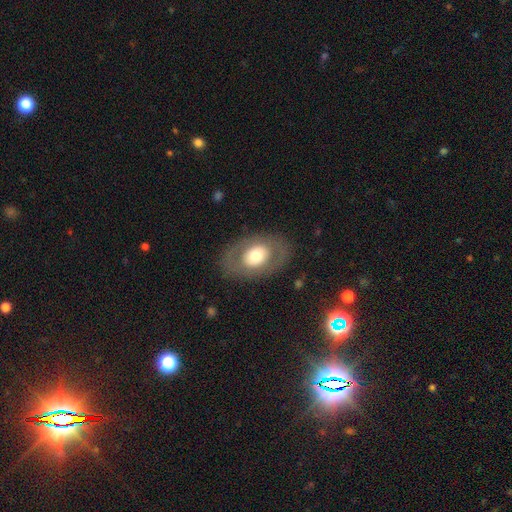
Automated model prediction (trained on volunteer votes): Smooth or featured? Predicted: smooth (p=0.53). How rounded? Predicted: in between (p=0.75). Merging? Predicted: none (p=0.80).